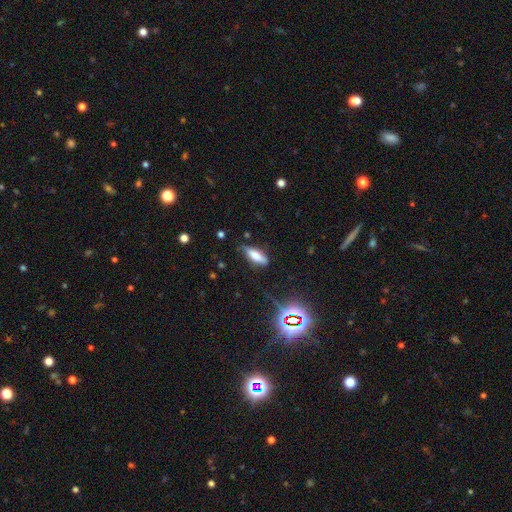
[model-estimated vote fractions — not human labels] Smooth or featured? Predicted: smooth (p=0.66). How rounded? Predicted: in between (p=0.58). Merging? Predicted: none (p=0.64).